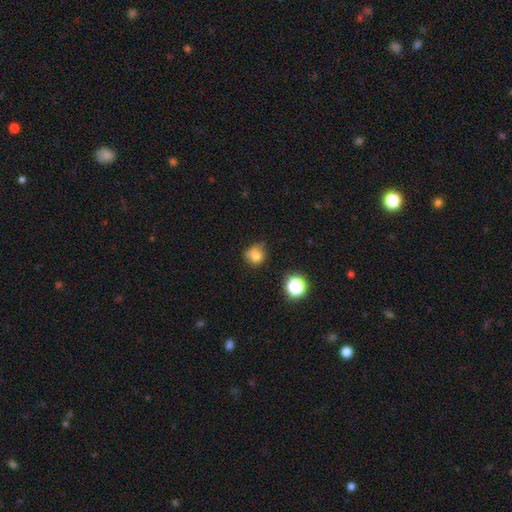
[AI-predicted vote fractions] A smooth galaxy with no disk features (76%) that is round (81%).

Vote fractions:
- Smooth or featured? smooth: 76% / star or artifact: 15% / featured or disk: 10%
- How rounded? round: 81% / in between: 18% / cigar-shaped: 1%
- Merging? none: 54% / minor disturbance: 30% / major disturbance: 10% / merger: 6%